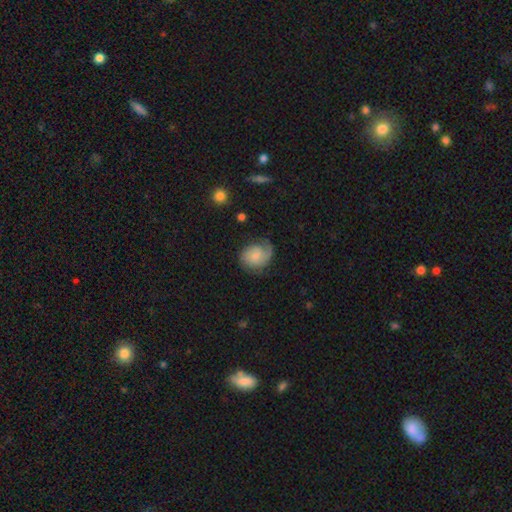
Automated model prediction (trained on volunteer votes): Smooth or featured?
  - smooth: 47% *
  - featured or disk: 45%
  - star or artifact: 8%
Merging?
  - none: 56% *
  - minor disturbance: 27%
  - major disturbance: 15%
  - merger: 2%